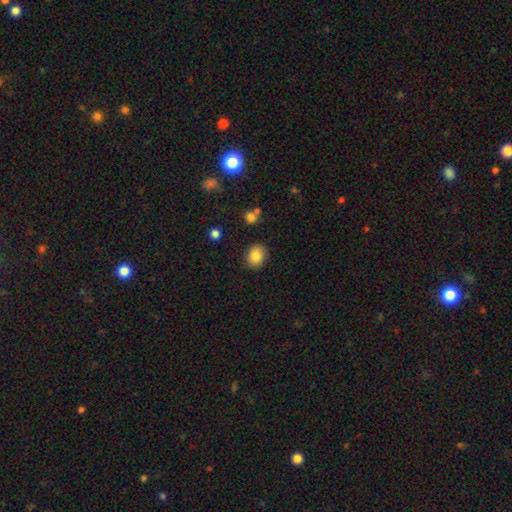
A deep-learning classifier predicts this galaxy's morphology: This appears to be a smooth galaxy with no disk features (85%) that is round (56%). Merging: none (87%).